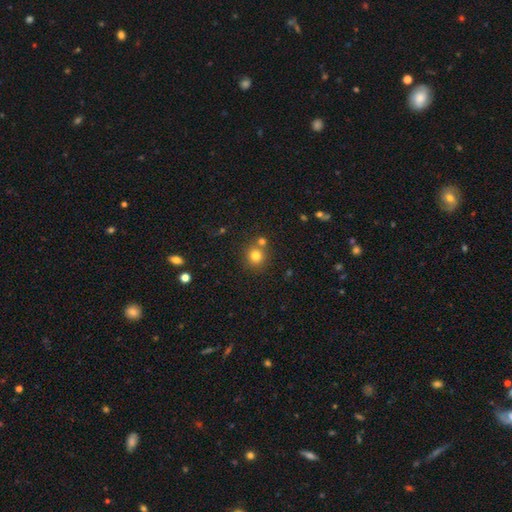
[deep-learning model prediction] smooth_or_featured: smooth (p=0.79) [alt: star or artifact p=0.14]
how_rounded: round (p=0.92) [alt: in between p=0.08]
merging: none (p=0.71) [alt: merger p=0.19]